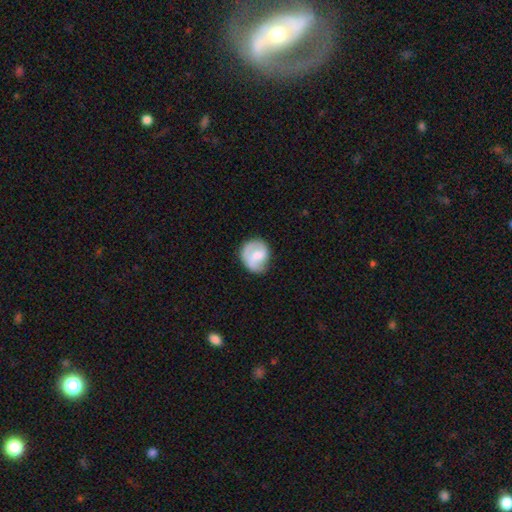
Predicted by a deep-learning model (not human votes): A smooth galaxy with no disk features (51%) that is round (72%). Merging: none (58%).